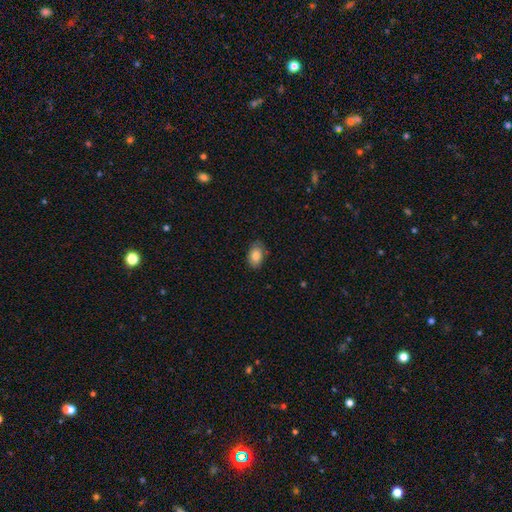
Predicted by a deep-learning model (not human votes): The model was most divided on "merging": none: 80%, minor disturbance: 16%, major disturbance: 3%, merger: 1%. More confident: how rounded — in between (86%); smooth or featured — smooth (83%).